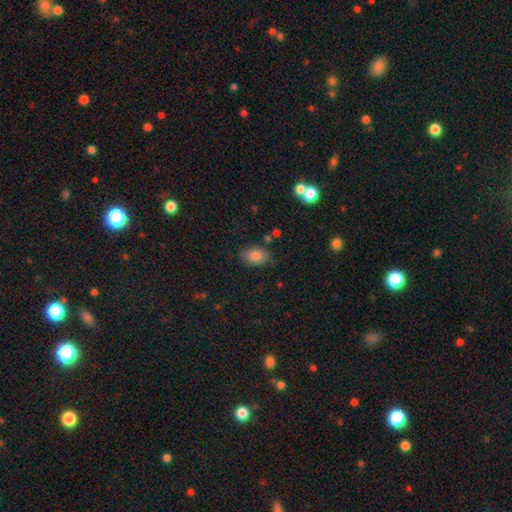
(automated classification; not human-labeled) This is clearly a smooth galaxy (82%). How rounded: clearly in between (81%). Merging: likely none (75%).